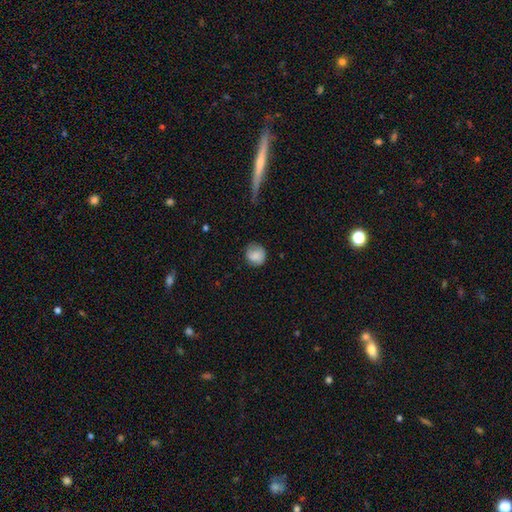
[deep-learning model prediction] A smooth galaxy with no disk features (83%) that is round (87%). Merging: none (75%).